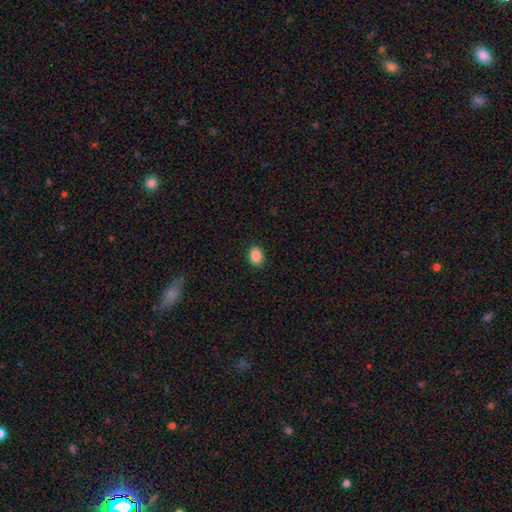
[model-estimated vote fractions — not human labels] Q: Smooth or featured?
A: smooth (88%); runner-up: star or artifact (8%)
Q: How rounded?
A: in between (71%); runner-up: round (28%)
Q: Merging?
A: none (89%); runner-up: minor disturbance (8%)